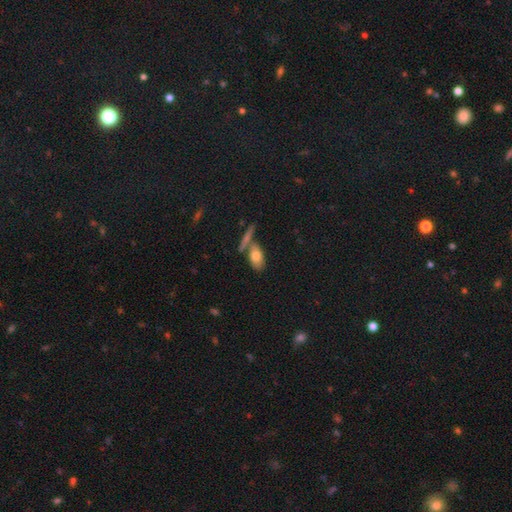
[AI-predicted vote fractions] Smooth or featured? Predicted: smooth (p=0.74). How rounded? Predicted: in between (p=0.86). Merging? Predicted: none (p=0.56).